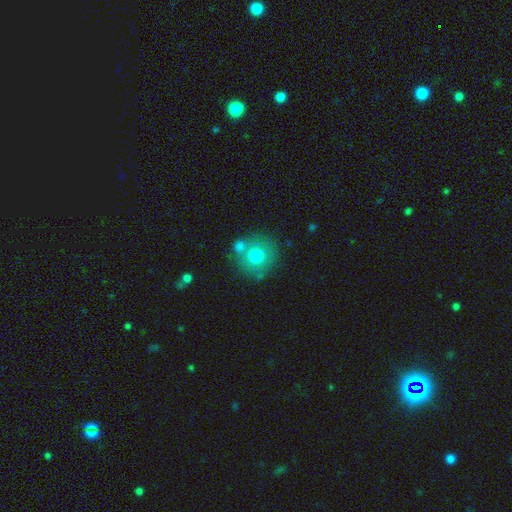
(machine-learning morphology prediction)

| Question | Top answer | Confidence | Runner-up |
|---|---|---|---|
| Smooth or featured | smooth | 73% | featured or disk (17%) |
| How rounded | round | 90% | in between (9%) |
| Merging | none | 62% | merger (22%) |